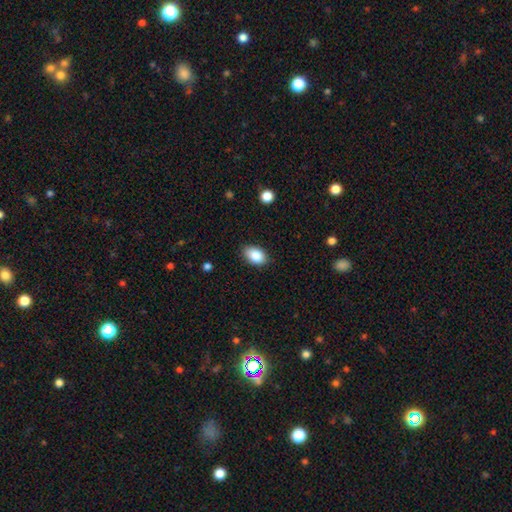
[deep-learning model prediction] smooth-or-featured: smooth: 87% | star or artifact: 8% | featured or disk: 6%
  how-rounded: in between: 90% | round: 9% | cigar-shaped: 1%
  merging: none: 85% | minor disturbance: 11% | major disturbance: 2% | merger: 1%